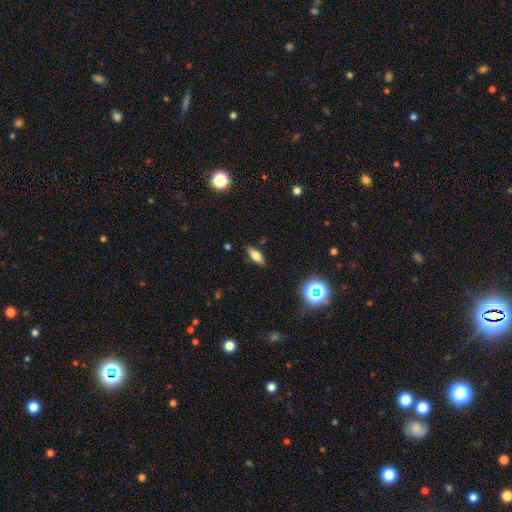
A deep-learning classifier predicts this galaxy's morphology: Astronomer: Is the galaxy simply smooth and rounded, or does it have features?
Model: smooth — 60%.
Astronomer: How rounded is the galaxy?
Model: in between — 72%.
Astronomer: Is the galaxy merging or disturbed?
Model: none — 84%.